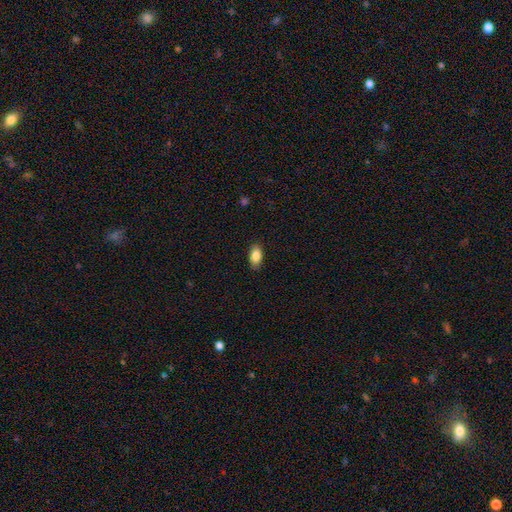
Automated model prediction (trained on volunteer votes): Smooth or featured: smooth — 87% (star or artifact — 7%)
How rounded: in between — 92% (round — 5%)
Merging: none — 87% (minor disturbance — 10%)